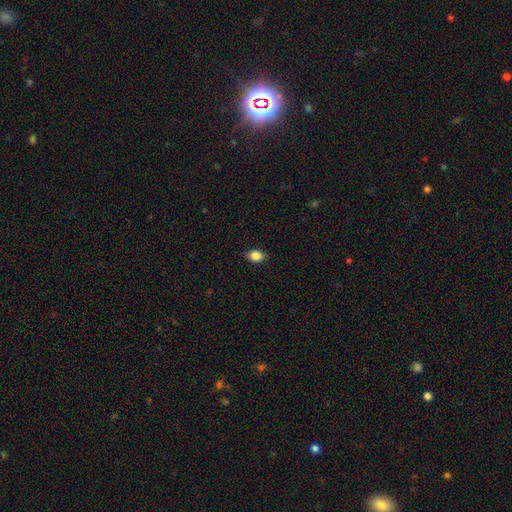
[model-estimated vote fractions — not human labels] Morphology: type=smooth (86%); roundness=in between (76%); merging=none (88%).